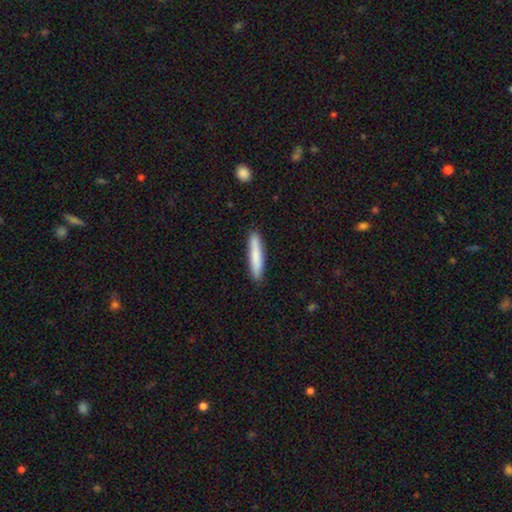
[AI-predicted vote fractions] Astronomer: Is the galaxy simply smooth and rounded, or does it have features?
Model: smooth — 80%.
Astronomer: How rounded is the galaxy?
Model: cigar-shaped — 91%.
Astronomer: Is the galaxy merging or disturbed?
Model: none — 89%.